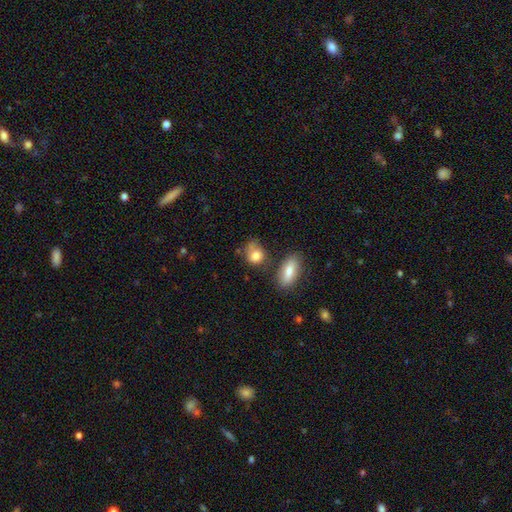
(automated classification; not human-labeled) Smooth or featured?
  - smooth: 80% *
  - featured or disk: 11%
  - star or artifact: 8%
How rounded?
  - round: 52% *
  - in between: 45%
  - cigar-shaped: 2%
Merging?
  - none: 51% *
  - minor disturbance: 26%
  - merger: 13%
  - major disturbance: 10%